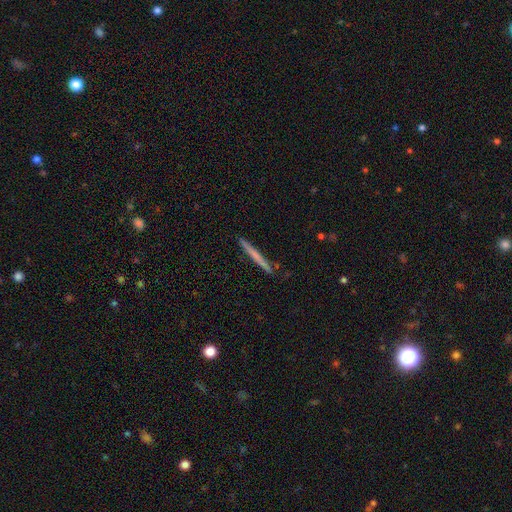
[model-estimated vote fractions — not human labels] Smooth or featured? Predicted: smooth (p=0.57). How rounded? Predicted: cigar-shaped (p=0.97). Merging? Predicted: none (p=0.92).